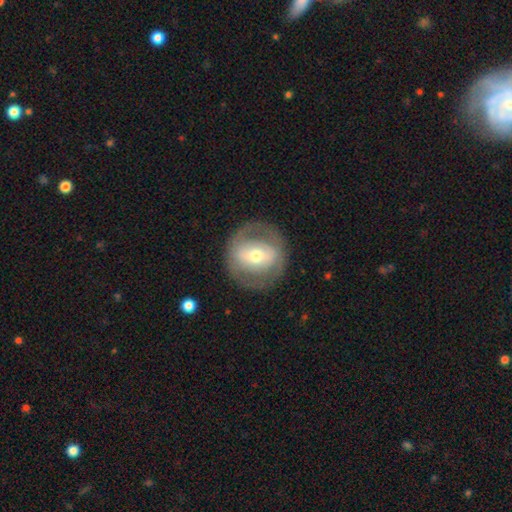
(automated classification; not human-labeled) This appears to be a featured or disk galaxy (58%) with a strong bar (35%), no spiral arms (66%) and a moderate central bulge (60%). Merging: none (80%).